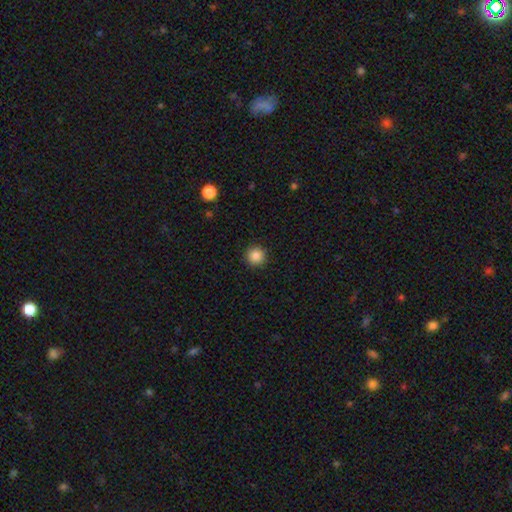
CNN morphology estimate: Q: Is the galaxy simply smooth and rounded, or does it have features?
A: smooth — 86%.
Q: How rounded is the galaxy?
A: round — 95%.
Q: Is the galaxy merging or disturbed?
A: none — 92%.